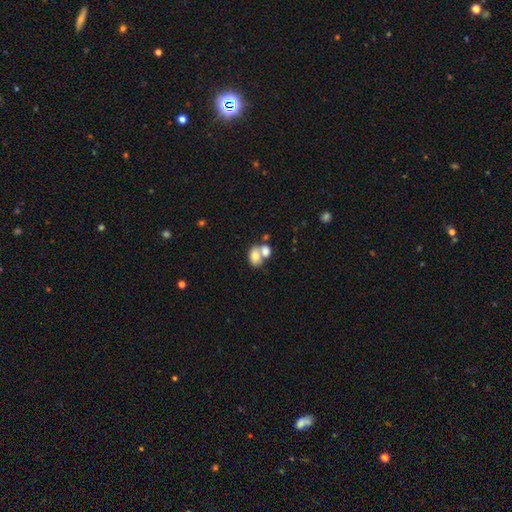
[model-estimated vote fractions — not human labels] Smooth or featured?
  - smooth: 75% *
  - featured or disk: 17%
  - star or artifact: 9%
How rounded?
  - in between: 76% *
  - round: 23%
  - cigar-shaped: 1%
Merging?
  - merger: 58% *
  - none: 29%
  - minor disturbance: 9%
  - major disturbance: 4%